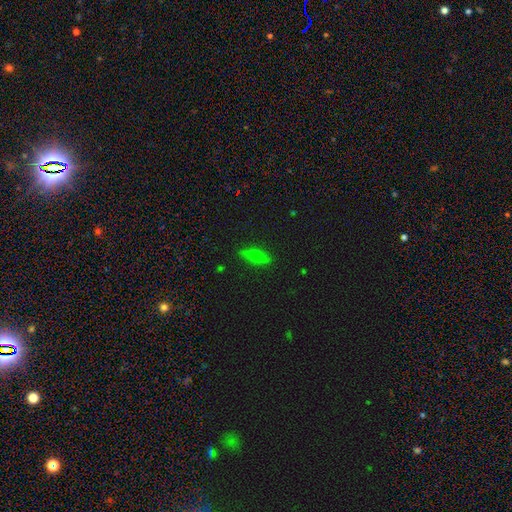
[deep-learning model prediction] Morphology: type=smooth (54%); roundness=in between (48%); merging=none (86%).